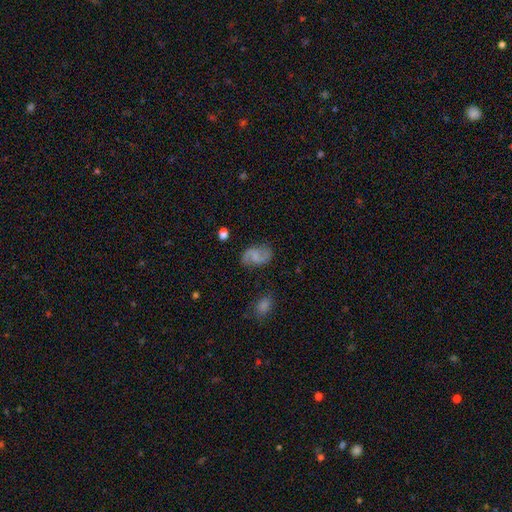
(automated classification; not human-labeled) Smooth or featured: featured or disk — 68% (smooth — 24%)
Edge-on disk: no — 97% (yes — 3%)
Bar: weak — 49% (no — 38%)
Spiral arms: yes — 92% (no — 8%)
Spiral winding: loose — 52% (medium — 38%)
Spiral arm count: 2 — 91% (can't tell — 4%)
Bulge size: none — 45% (small — 35%)
Merging: none — 78% (minor disturbance — 15%)